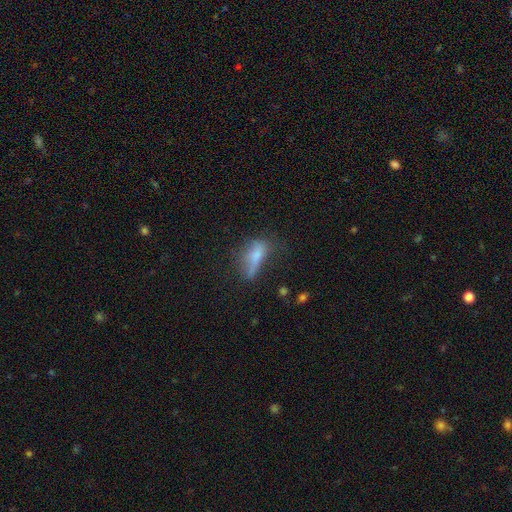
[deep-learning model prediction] smooth-or-featured: smooth: 63% | featured or disk: 24% | star or artifact: 13%
  how-rounded: in between: 66% | cigar-shaped: 29% | round: 5%
  merging: major disturbance: 35% | none: 31% | minor disturbance: 28% | merger: 6%